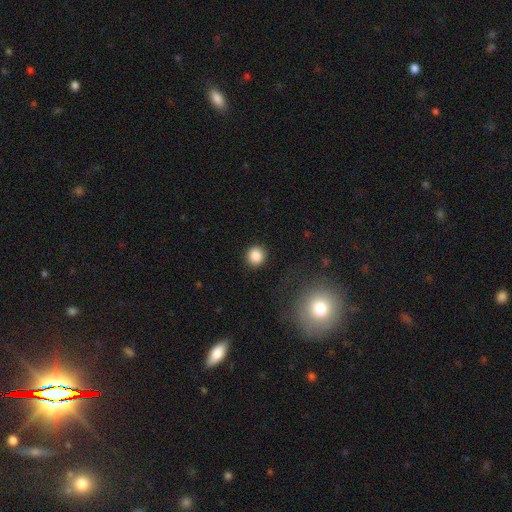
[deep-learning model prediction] Smooth or featured? smooth (86%)
How rounded? round (89%)
Merging? none (90%)